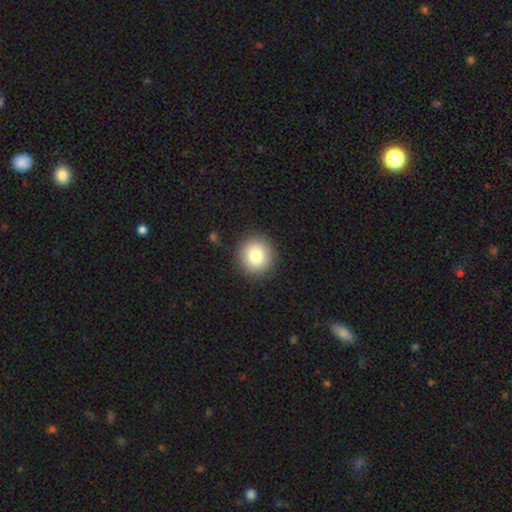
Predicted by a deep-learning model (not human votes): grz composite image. It shows a smooth galaxy with no disk features (82%) that is round (93%). Merging: none (90%).